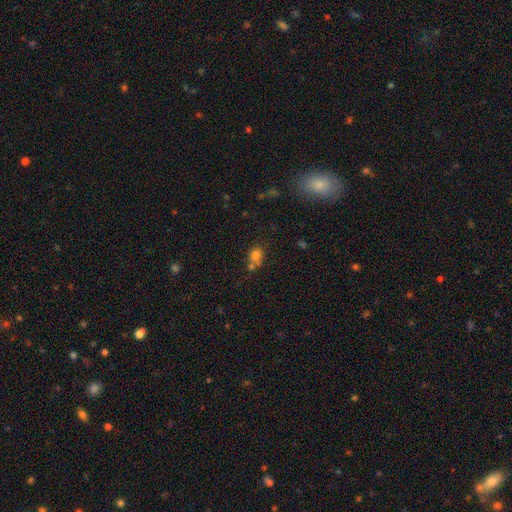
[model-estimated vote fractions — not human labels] Smooth or featured? Predicted: smooth (p=0.76). How rounded? Predicted: round (p=0.68). Merging? Predicted: none (p=0.47).